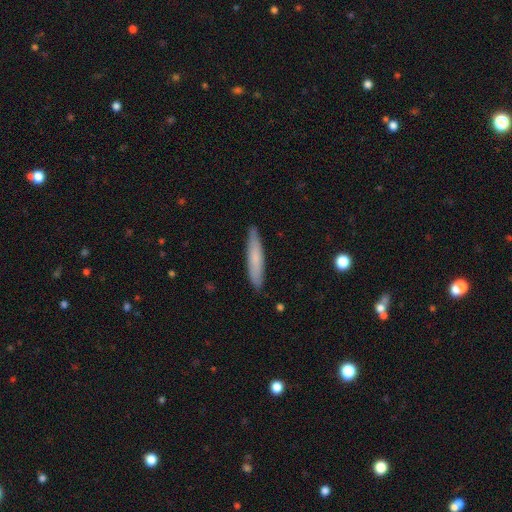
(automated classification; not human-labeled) smooth-or-featured: smooth: 69% | featured or disk: 24% | star or artifact: 7%
  how-rounded: cigar-shaped: 91% | in between: 8% | round: 1%
  merging: none: 88% | minor disturbance: 9% | major disturbance: 2% | merger: 1%